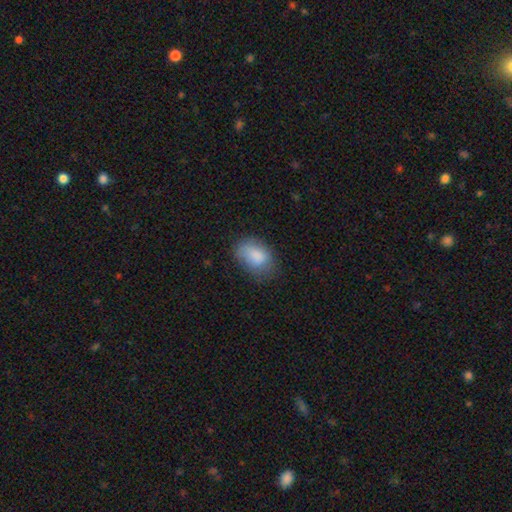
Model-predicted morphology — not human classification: Smooth or featured? Predicted: smooth (p=0.84). How rounded? Predicted: in between (p=0.83). Merging? Predicted: none (p=0.64).